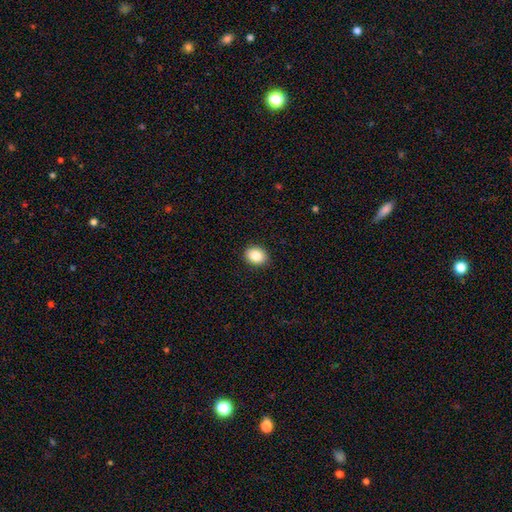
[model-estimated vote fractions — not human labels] Overall: smooth (85%). How rounded: in between (54%; round 45%). Merging: none (89%).